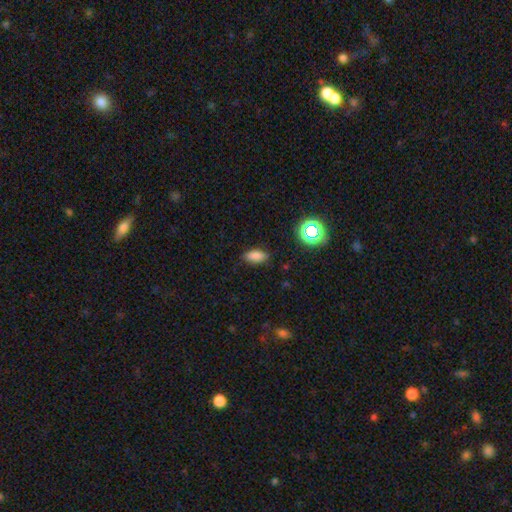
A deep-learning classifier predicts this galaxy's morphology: smooth-or-featured: smooth: 81% | star or artifact: 13% | featured or disk: 6%
  how-rounded: in between: 85% | cigar-shaped: 10% | round: 4%
  merging: none: 85% | minor disturbance: 11% | major disturbance: 3% | merger: 1%